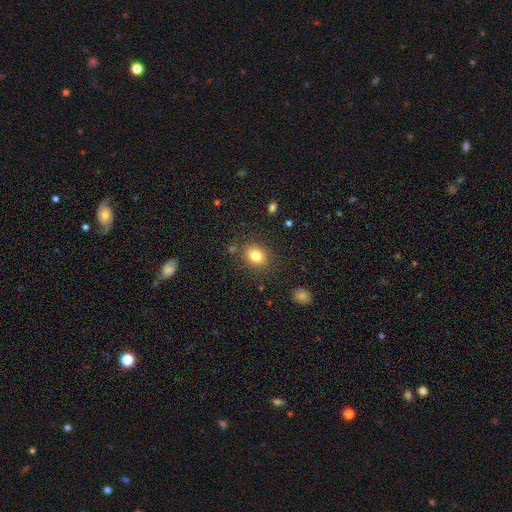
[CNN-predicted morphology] The model was most divided on "how rounded": round: 58%, in between: 42%, cigar-shaped: 1%. More confident: merging — none (83%); smooth or featured — smooth (81%).